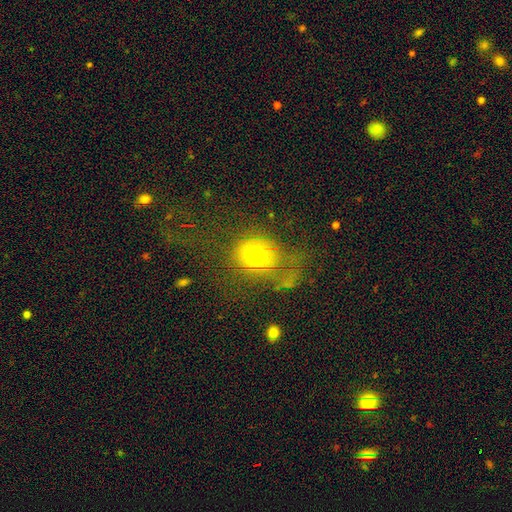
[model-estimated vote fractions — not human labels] smooth-or-featured: smooth: 63% | featured or disk: 22% | star or artifact: 15%
  how-rounded: round: 66% | in between: 32% | cigar-shaped: 2%
  merging: major disturbance: 41% | none: 34% | minor disturbance: 18% | merger: 7%